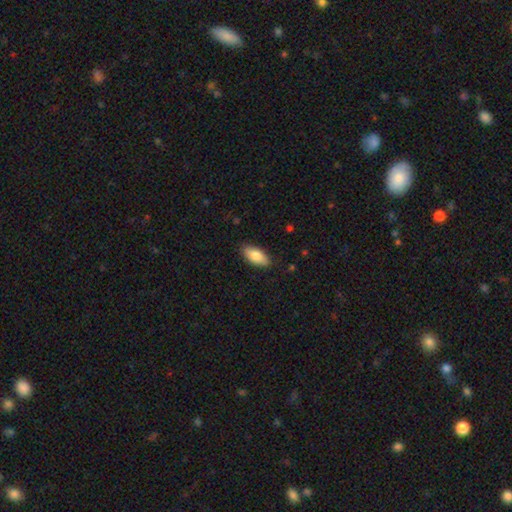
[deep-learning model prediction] smooth 81%, featured or disk 13%, star or artifact 6%. Down the decision tree: how rounded — in between (88%); merging — none (87%).